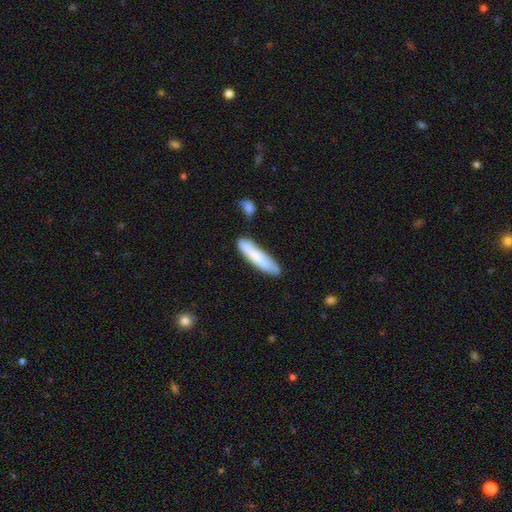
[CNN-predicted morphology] This is likely a smooth galaxy (74%). How rounded: clearly cigar-shaped (86%). Merging: likely none (75%).